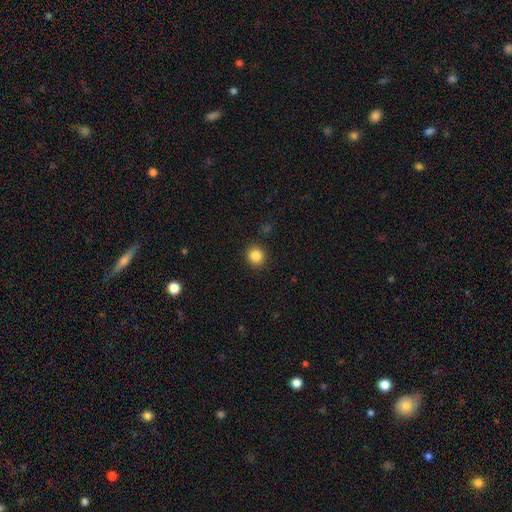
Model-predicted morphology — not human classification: This appears to be a smooth galaxy with no disk features (85%) that is round (87%). Merging: none (90%).